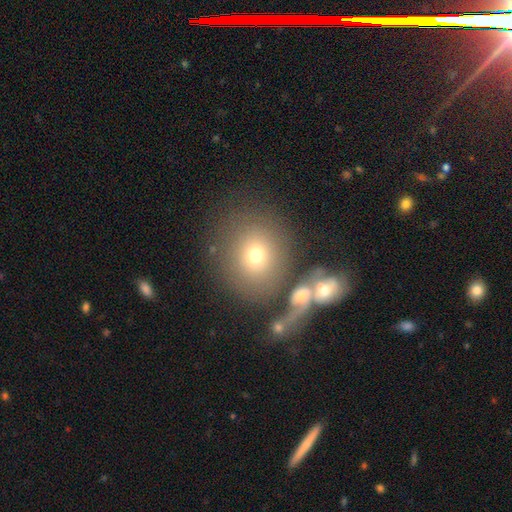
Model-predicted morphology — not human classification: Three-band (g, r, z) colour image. It shows a smooth galaxy with no disk features (65%) that is round (74%). Merging: none (54%).